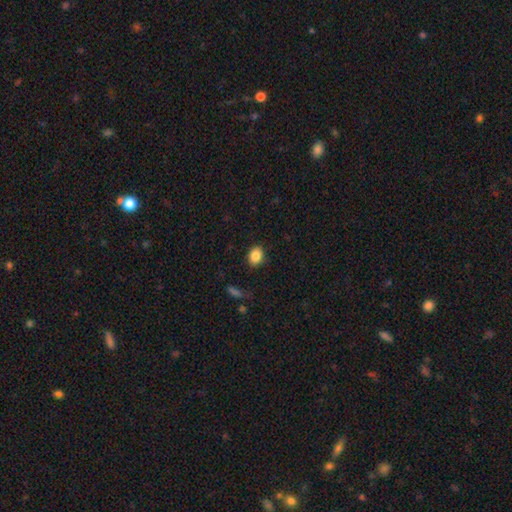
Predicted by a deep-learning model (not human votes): Q: Smooth or featured?
A: smooth (86%); runner-up: star or artifact (9%)
Q: How rounded?
A: in between (59%); runner-up: round (40%)
Q: Merging?
A: none (87%); runner-up: minor disturbance (9%)